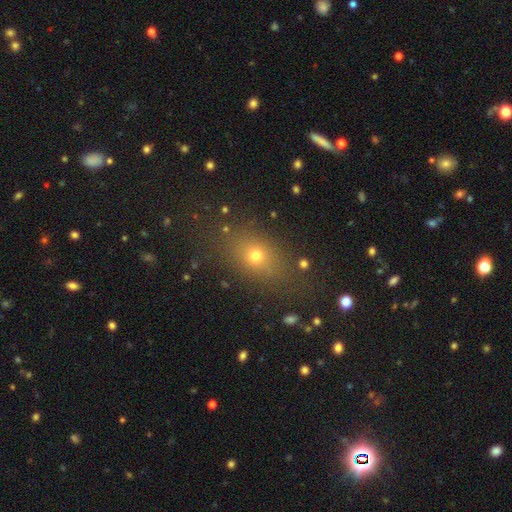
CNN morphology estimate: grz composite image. It shows a smooth galaxy with no disk features (68%) that is in between round and cigar-shaped (58%). Merging: none (79%).